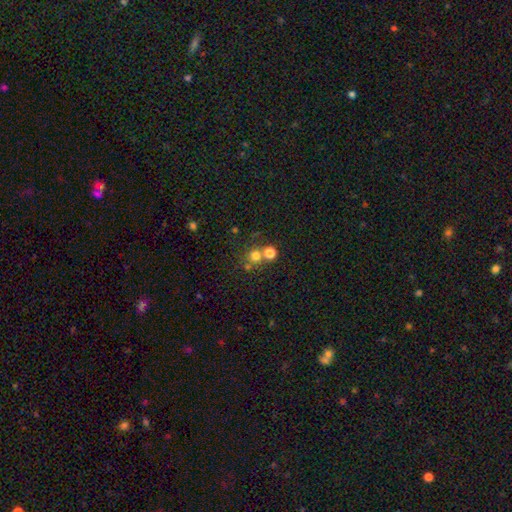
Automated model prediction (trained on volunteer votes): This appears to be a smooth galaxy with no disk features (71%) that is round (91%). Merging: none (61%).